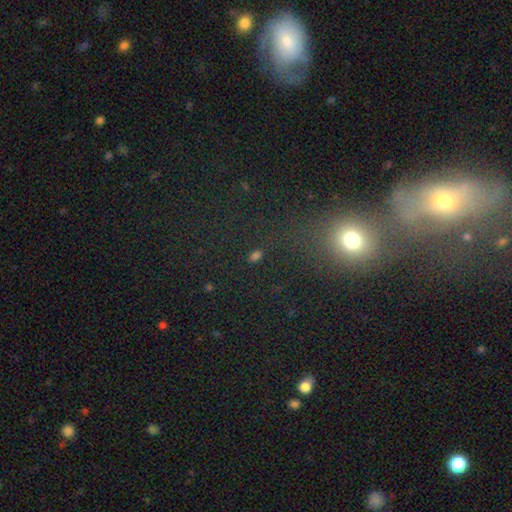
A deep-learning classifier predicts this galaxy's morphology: This is possibly a smooth galaxy (54%). How rounded: possibly round (59%). Merging: likely none (79%).